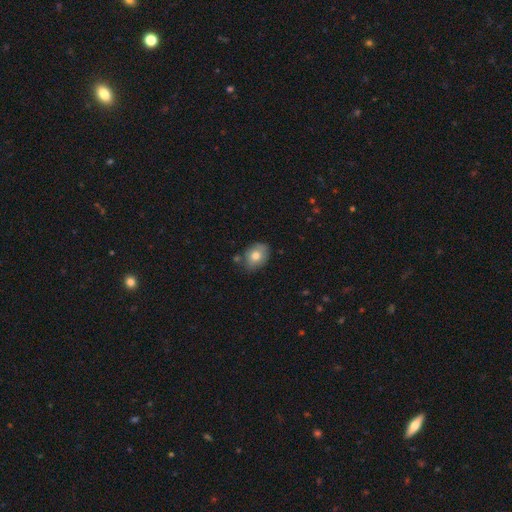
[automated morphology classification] Smooth or featured?
  - smooth: 76% *
  - featured or disk: 16%
  - star or artifact: 8%
How rounded?
  - in between: 70% *
  - round: 29%
  - cigar-shaped: 1%
Merging?
  - none: 73% *
  - minor disturbance: 19%
  - merger: 5%
  - major disturbance: 3%